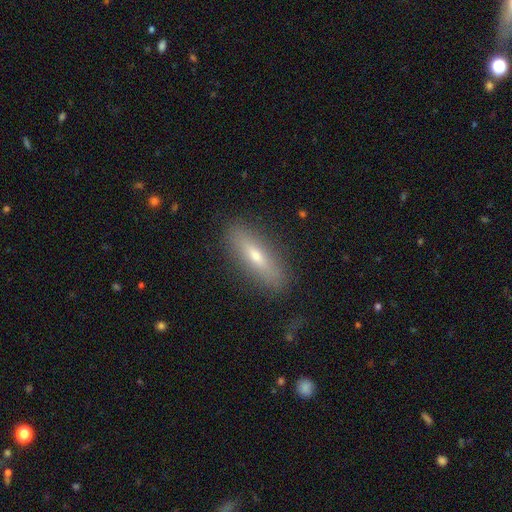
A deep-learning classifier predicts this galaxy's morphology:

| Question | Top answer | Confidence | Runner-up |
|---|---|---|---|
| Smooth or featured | smooth | 53% | featured or disk (39%) |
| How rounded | cigar-shaped | 65% | in between (32%) |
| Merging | none | 86% | minor disturbance (10%) |